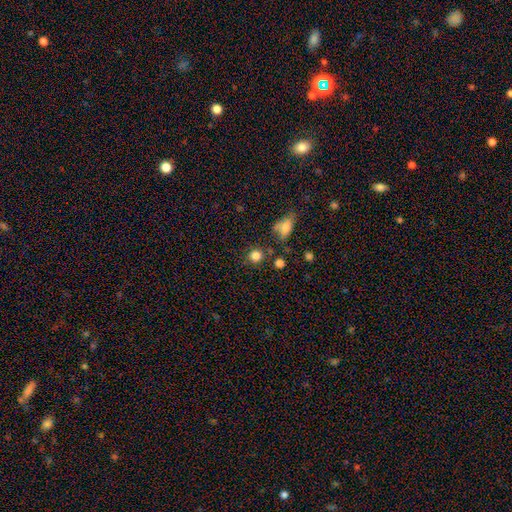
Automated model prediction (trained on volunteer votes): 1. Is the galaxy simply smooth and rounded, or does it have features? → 84% smooth, 11% star or artifact, 5% featured or disk.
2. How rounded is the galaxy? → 87% round, 12% in between, 1% cigar-shaped.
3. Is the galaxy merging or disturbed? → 77% none, 11% minor disturbance, 7% merger, 4% major disturbance.